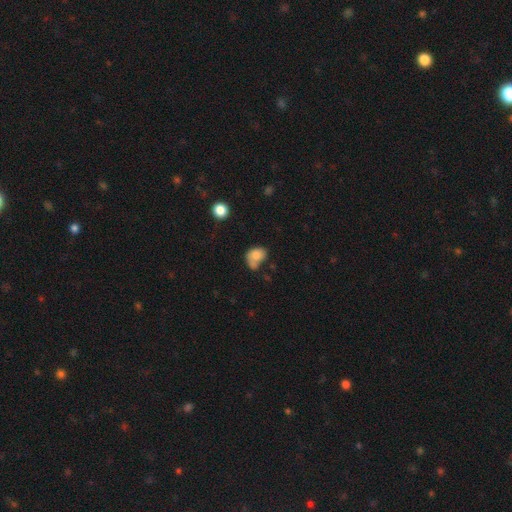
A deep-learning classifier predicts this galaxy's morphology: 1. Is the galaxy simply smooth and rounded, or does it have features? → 76% smooth, 15% featured or disk, 10% star or artifact.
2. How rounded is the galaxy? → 58% in between, 41% round, 1% cigar-shaped.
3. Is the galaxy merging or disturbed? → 32% none, 25% merger, 25% minor disturbance, 17% major disturbance.